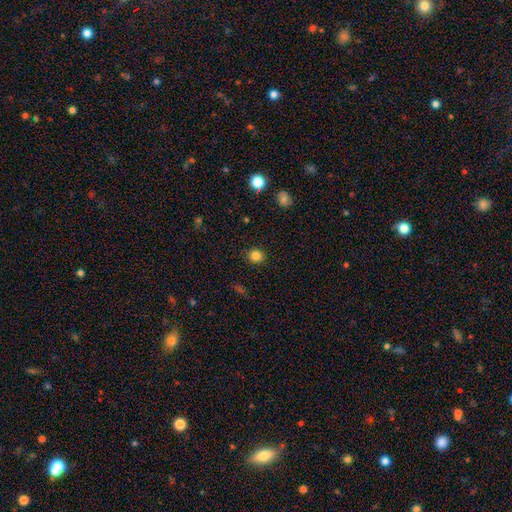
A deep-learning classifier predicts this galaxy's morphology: Q: Smooth or featured?
A: smooth (83%); runner-up: star or artifact (12%)
Q: How rounded?
A: round (83%); runner-up: in between (16%)
Q: Merging?
A: none (90%); runner-up: minor disturbance (6%)